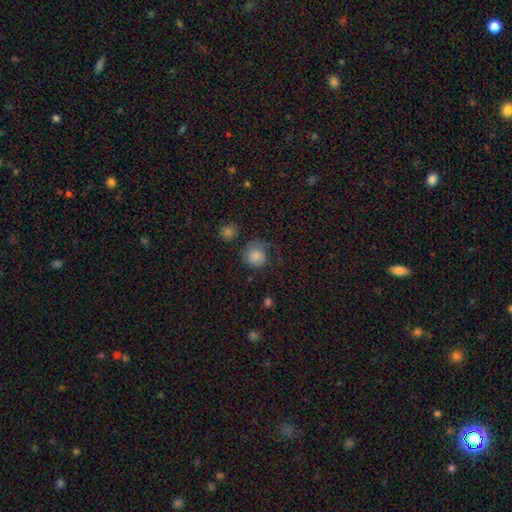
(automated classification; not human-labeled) smooth-or-featured: smooth: 75% | featured or disk: 15% | star or artifact: 10%
  how-rounded: round: 84% | in between: 15% | cigar-shaped: 1%
  merging: none: 48% | minor disturbance: 25% | major disturbance: 23% | merger: 3%